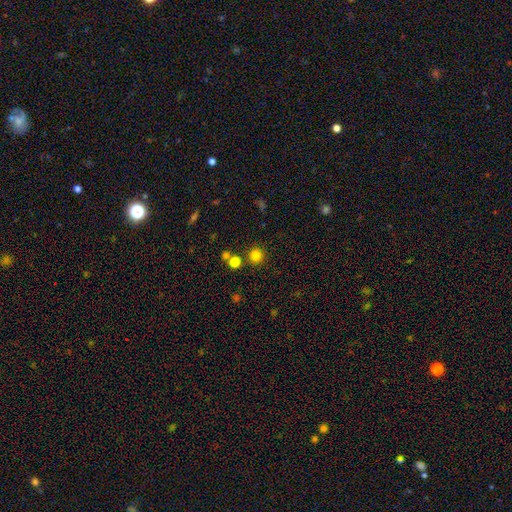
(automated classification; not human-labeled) smooth_or_featured: smooth (p=0.81) [alt: star or artifact p=0.15]
how_rounded: round (p=0.93) [alt: in between p=0.06]
merging: none (p=0.82) [alt: merger p=0.08]